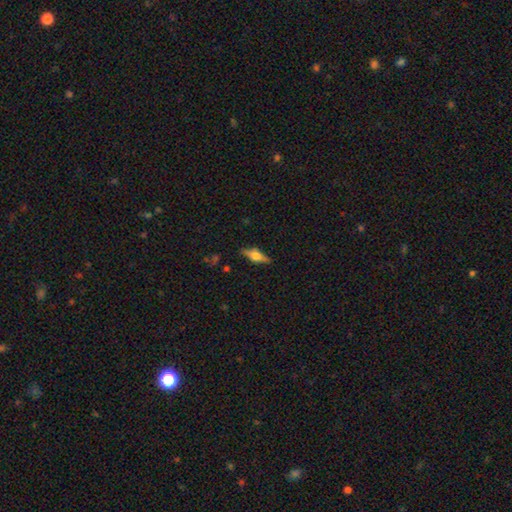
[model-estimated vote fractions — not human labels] Overall: featured or disk (56%; smooth 37%). Edge-on disk: yes (94%). Edge-on bulge: rounded (90%). Merging: none (85%).